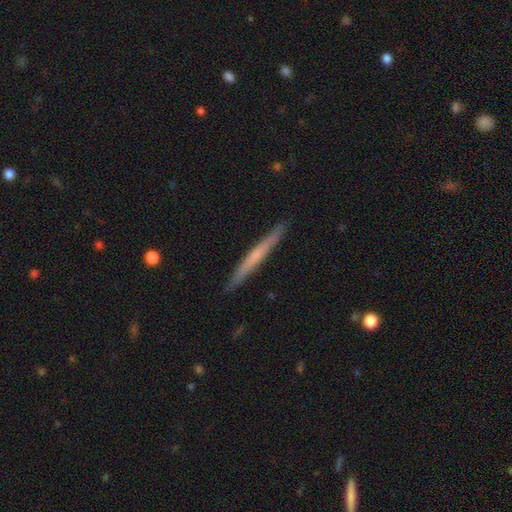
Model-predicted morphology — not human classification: Smooth or featured? Predicted: featured or disk (p=0.48). Merging? Predicted: none (p=0.91).